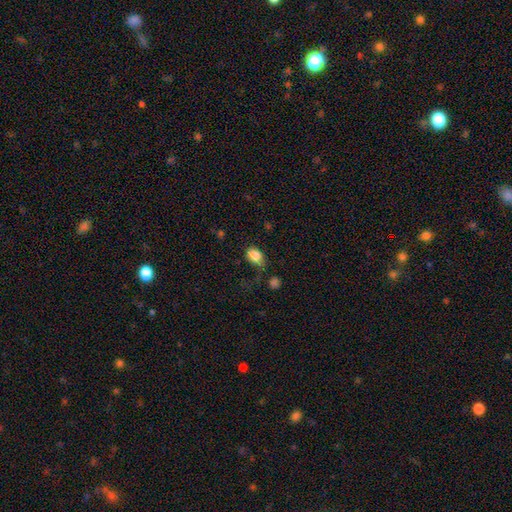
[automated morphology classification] A smooth galaxy with no disk features (86%) that is in between round and cigar-shaped (78%).

Vote fractions:
- Smooth or featured? smooth: 86% / star or artifact: 9% / featured or disk: 6%
- How rounded? in between: 78% / round: 21% / cigar-shaped: 1%
- Merging? none: 46% / minor disturbance: 32% / major disturbance: 17% / merger: 4%